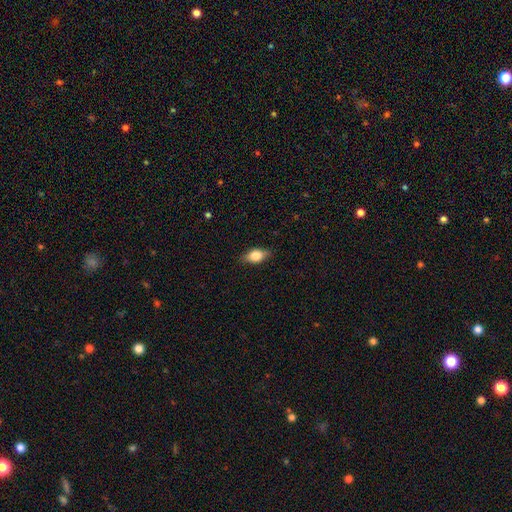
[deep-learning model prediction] A smooth galaxy with no disk features (75%) that is in between round and cigar-shaped (83%). Merging: none (84%).